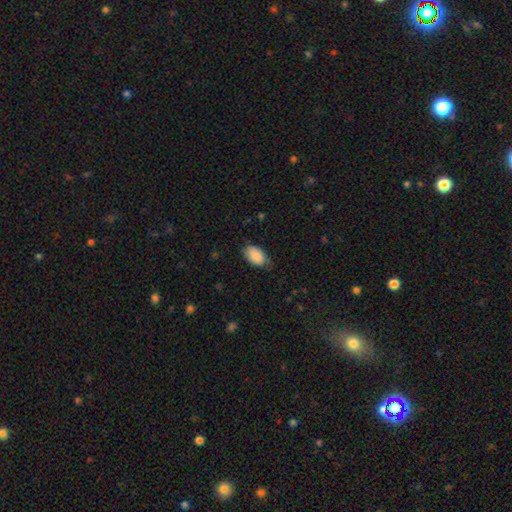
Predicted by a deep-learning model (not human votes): smooth_or_featured: smooth (p=0.87) [alt: featured or disk p=0.07]
how_rounded: in between (p=0.93) [alt: round p=0.06]
merging: none (p=0.66) [alt: minor disturbance p=0.28]